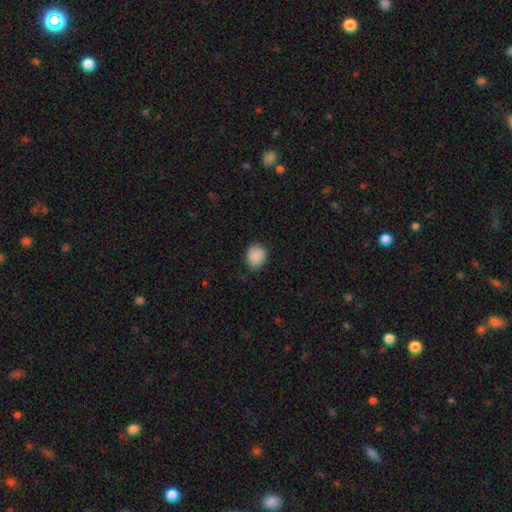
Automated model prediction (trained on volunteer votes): smooth 89%, star or artifact 8%, featured or disk 3%. Down the decision tree: how rounded — round (74%); merging — none (81%).